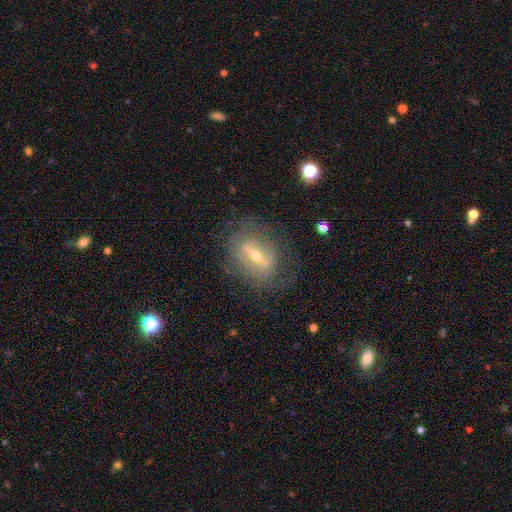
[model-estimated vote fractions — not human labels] Smooth or featured? Predicted: featured or disk (p=0.77). Edge-on disk? Predicted: no (p=0.81). Bar? Predicted: strong (p=0.62). Spiral arms? Predicted: yes (p=0.61). Bulge size? Predicted: moderate (p=0.50). Merging? Predicted: none (p=0.72).